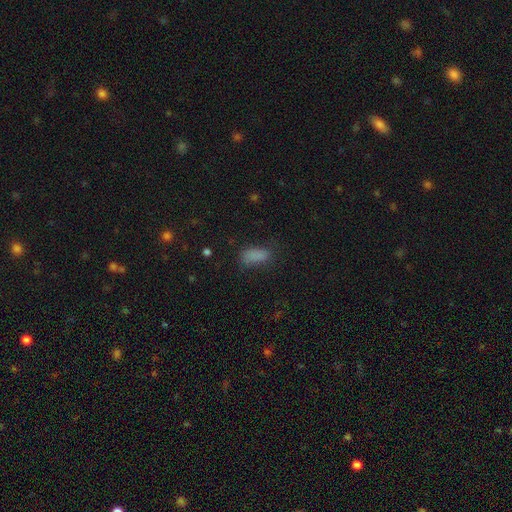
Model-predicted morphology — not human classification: smooth_or_featured: smooth (p=0.82) [alt: star or artifact p=0.12]
how_rounded: in between (p=0.81) [alt: cigar-shaped p=0.16]
merging: none (p=0.63) [alt: minor disturbance p=0.24]